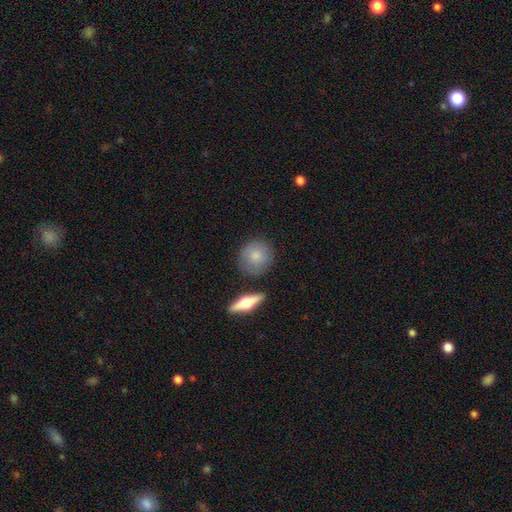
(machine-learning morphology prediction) Smooth or featured: smooth — 76% (featured or disk — 18%)
How rounded: round — 88% (in between — 9%)
Merging: none — 80% (minor disturbance — 12%)